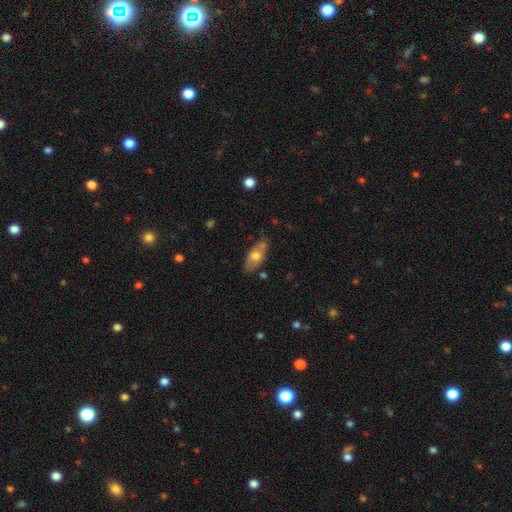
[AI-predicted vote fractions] Smooth or featured? smooth (63%)
How rounded? in between (84%)
Merging? none (65%)